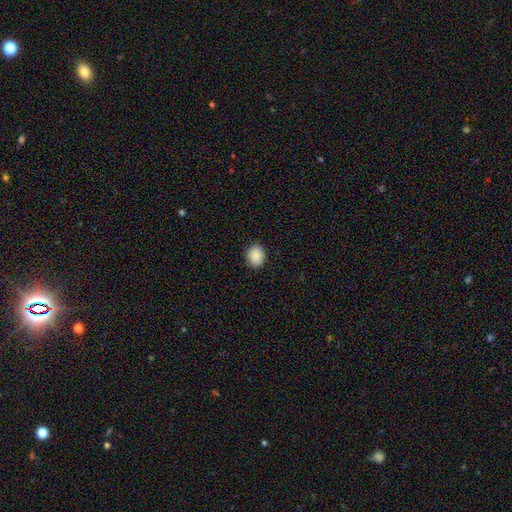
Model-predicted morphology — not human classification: Smooth or featured? Predicted: smooth (p=0.89). How rounded? Predicted: round (p=0.55). Merging? Predicted: none (p=0.89).